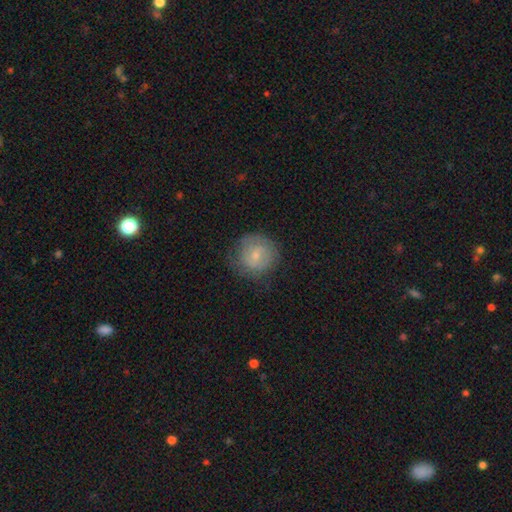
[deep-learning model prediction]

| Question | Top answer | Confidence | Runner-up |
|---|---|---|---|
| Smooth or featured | smooth | 61% | featured or disk (31%) |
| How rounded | round | 90% | in between (9%) |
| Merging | none | 71% | minor disturbance (20%) |